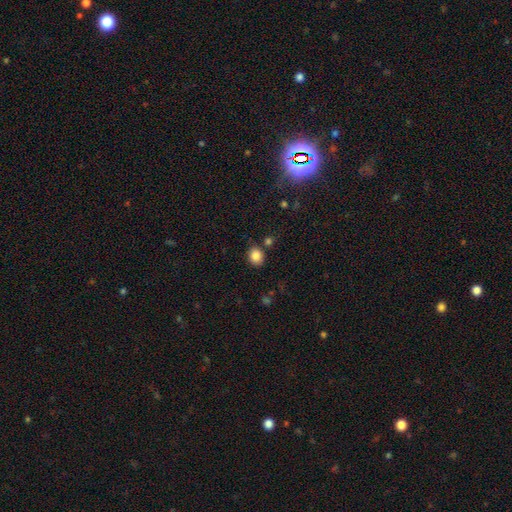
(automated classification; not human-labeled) The model was most divided on "how rounded": round: 59%, in between: 40%, cigar-shaped: 1%. More confident: smooth or featured — smooth (85%); merging — none (80%).